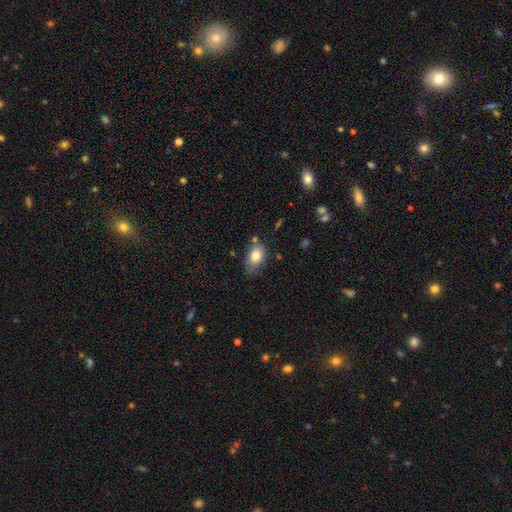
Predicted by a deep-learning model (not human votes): smooth 80%, featured or disk 12%, star or artifact 8%. Down the decision tree: how rounded — in between (87%); merging — none (65%).